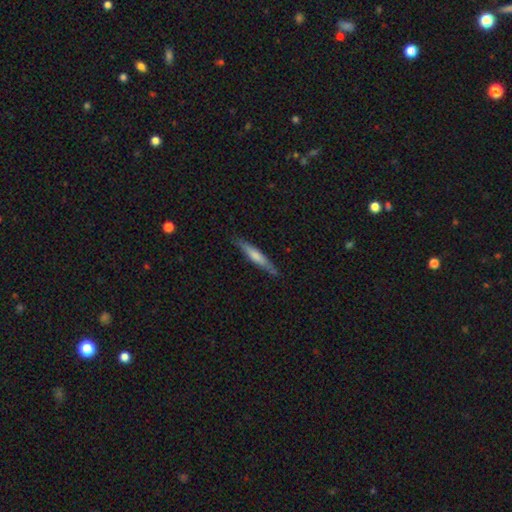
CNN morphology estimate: Q: Smooth or featured?
A: smooth (60%); runner-up: featured or disk (35%)
Q: How rounded?
A: cigar-shaped (91%); runner-up: in between (8%)
Q: Merging?
A: none (85%); runner-up: minor disturbance (12%)